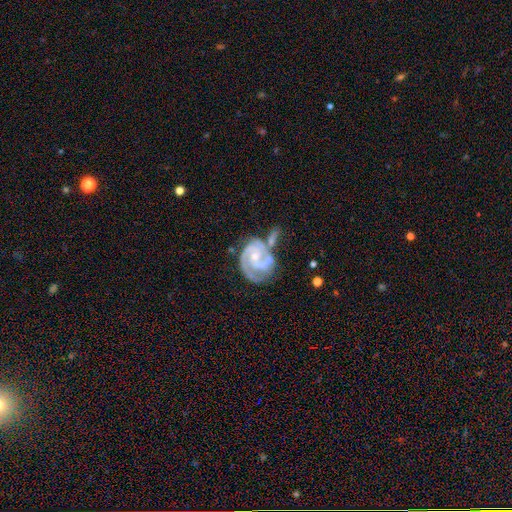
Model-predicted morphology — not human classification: Smooth or featured? Predicted: featured or disk (p=0.89). Edge-on disk? Predicted: no (p=0.98). Bar? Predicted: no (p=0.60). Spiral arms? Predicted: yes (p=0.97). Spiral winding? Predicted: tight (p=0.55). Spiral arm count? Predicted: 2 (p=0.53). Bulge size? Predicted: small (p=0.59). Merging? Predicted: none (p=0.37).